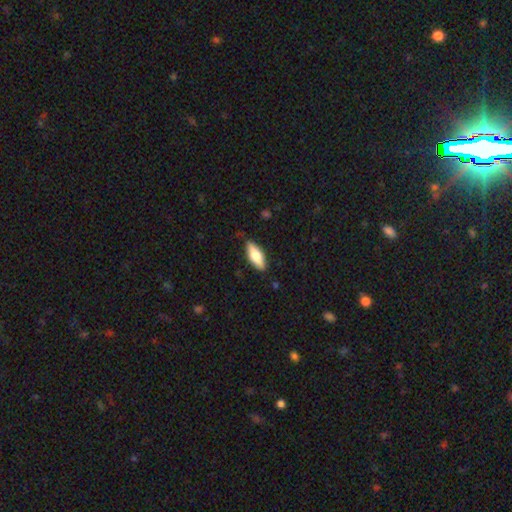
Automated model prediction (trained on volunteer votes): This appears to be a smooth galaxy with no disk features (66%) that is in between round and cigar-shaped (73%). Merging: none (84%).